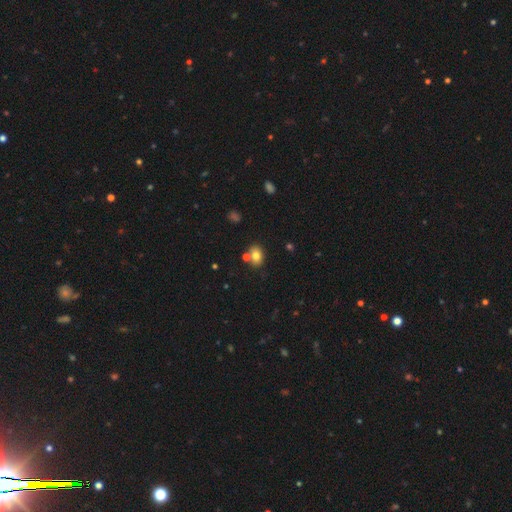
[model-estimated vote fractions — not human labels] smooth-or-featured: smooth: 78% | featured or disk: 11% | star or artifact: 11%
  how-rounded: in between: 69% | round: 30% | cigar-shaped: 1%
  merging: none: 65% | merger: 19% | minor disturbance: 12% | major disturbance: 3%